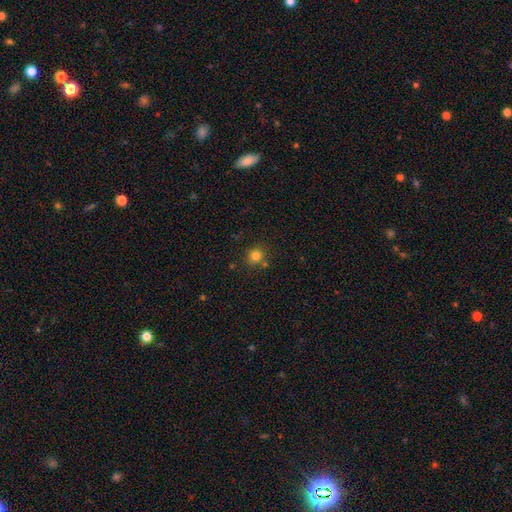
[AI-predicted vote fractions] Q: Smooth or featured?
A: smooth (81%); runner-up: star or artifact (13%)
Q: How rounded?
A: round (86%); runner-up: in between (13%)
Q: Merging?
A: none (77%); runner-up: merger (10%)